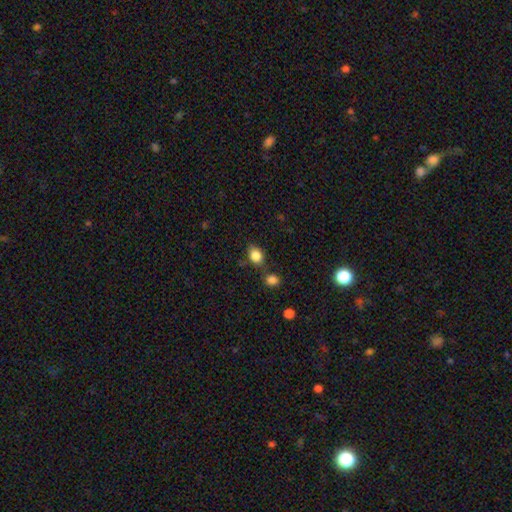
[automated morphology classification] Smooth or featured?
  - smooth: 85% *
  - star or artifact: 10%
  - featured or disk: 6%
How rounded?
  - in between: 63% *
  - round: 36%
  - cigar-shaped: 1%
Merging?
  - none: 67% *
  - minor disturbance: 15%
  - merger: 13%
  - major disturbance: 4%